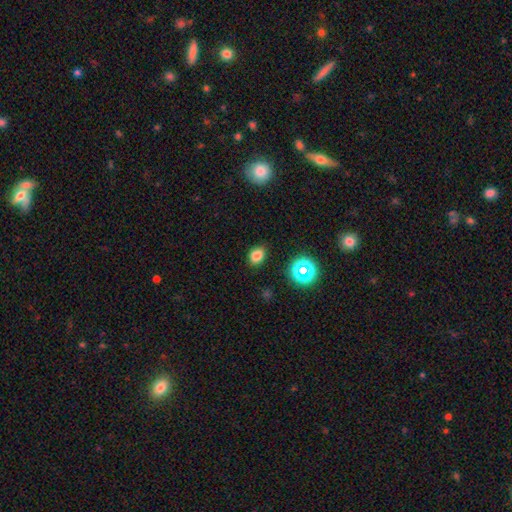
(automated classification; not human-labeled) The model was most divided on "how rounded": in between: 63%, round: 36%, cigar-shaped: 1%. More confident: merging — none (83%); smooth or featured — smooth (77%).